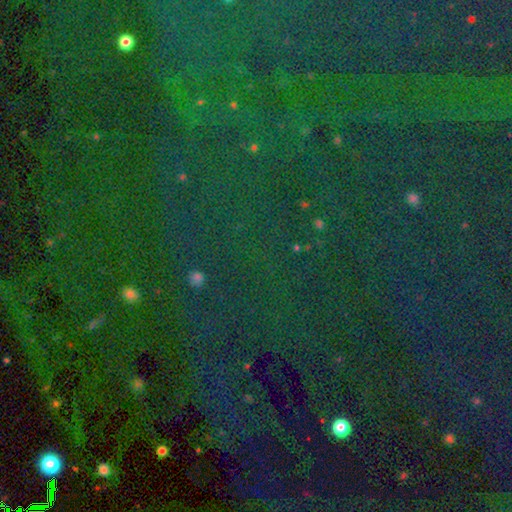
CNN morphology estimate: smooth_or_featured: star or artifact (p=0.82) [alt: smooth p=0.10]